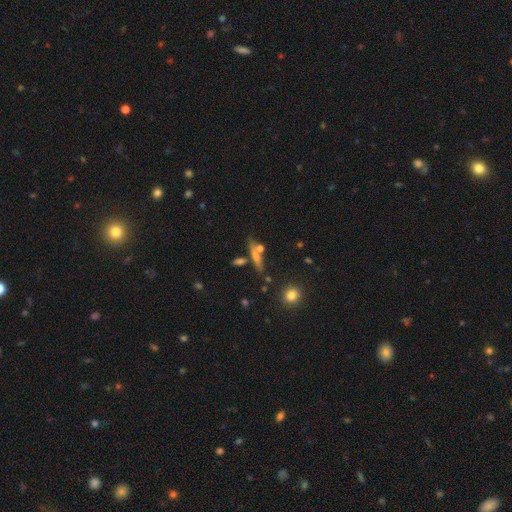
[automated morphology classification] featured or disk 48%, smooth 36%, star or artifact 15%. Down the decision tree: merging — none (67%).